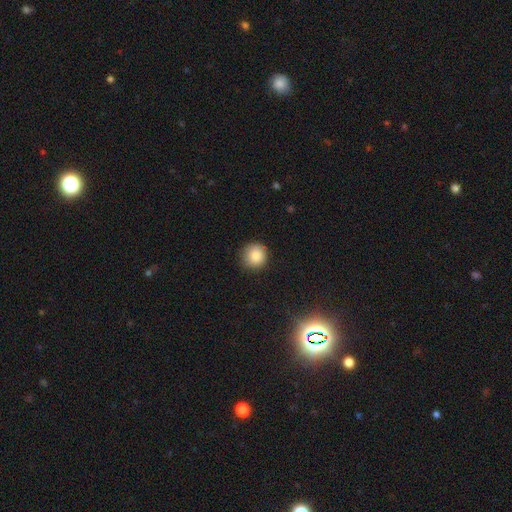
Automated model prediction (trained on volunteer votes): Smooth or featured?
  - smooth: 85% *
  - star or artifact: 10%
  - featured or disk: 5%
How rounded?
  - round: 93% *
  - in between: 6%
  - cigar-shaped: 1%
Merging?
  - none: 87% *
  - minor disturbance: 10%
  - major disturbance: 2%
  - merger: 1%